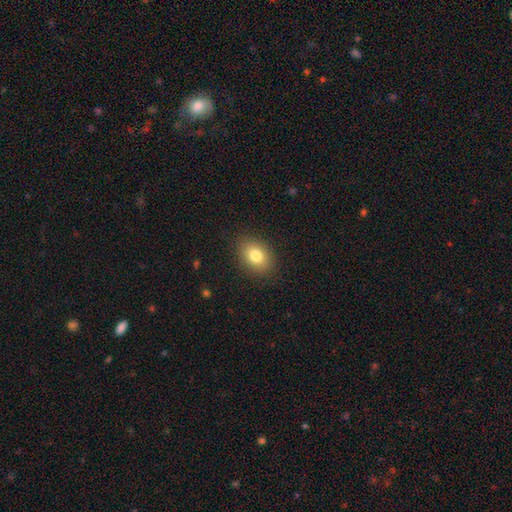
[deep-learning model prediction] A smooth galaxy with no disk features (80%) that is in between round and cigar-shaped (66%). Merging: none (87%).